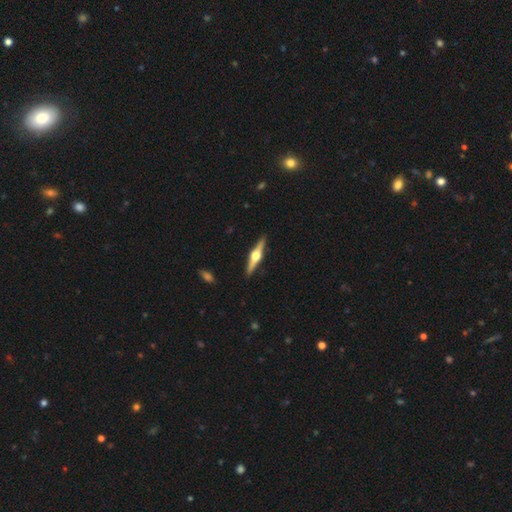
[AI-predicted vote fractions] This appears to be a featured or disk galaxy (79%) viewed edge-on (98%) with a rounded central bulge (96%). Merging: none (91%).